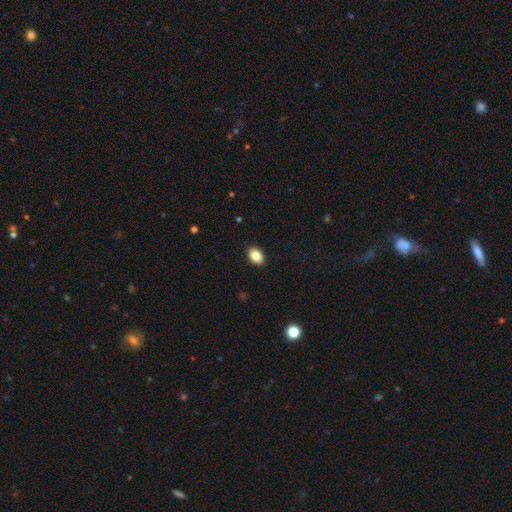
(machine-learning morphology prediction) Smooth or featured: smooth — 84% (star or artifact — 8%)
How rounded: in between — 83% (round — 16%)
Merging: none — 90% (minor disturbance — 7%)